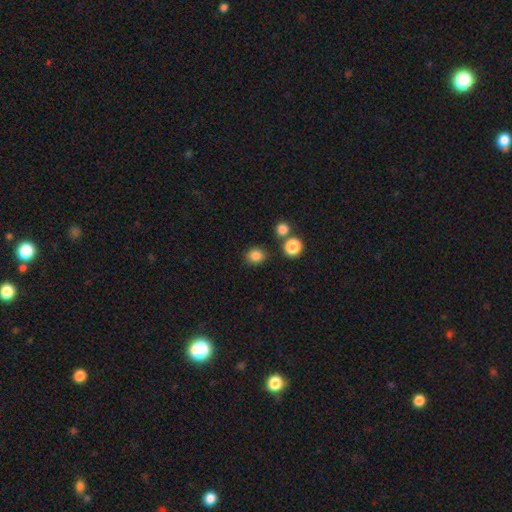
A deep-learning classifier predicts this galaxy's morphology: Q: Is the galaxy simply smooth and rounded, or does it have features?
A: smooth — 84%.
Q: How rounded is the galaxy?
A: round — 76%.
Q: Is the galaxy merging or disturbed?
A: none — 83%.